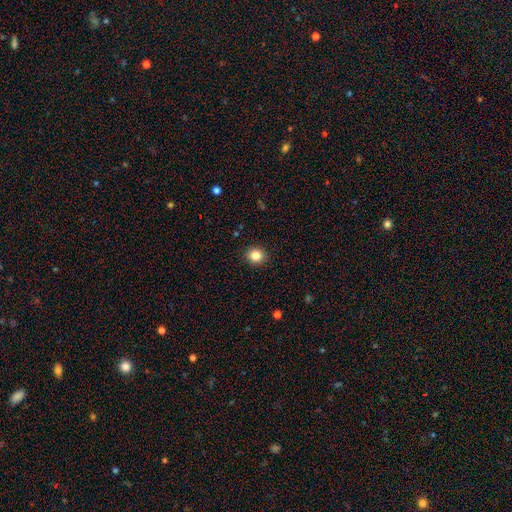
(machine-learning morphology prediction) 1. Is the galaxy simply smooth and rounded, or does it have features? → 84% smooth, 11% star or artifact, 5% featured or disk.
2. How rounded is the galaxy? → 84% round, 15% in between, 1% cigar-shaped.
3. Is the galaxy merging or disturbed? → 91% none, 6% minor disturbance, 2% major disturbance, 1% merger.